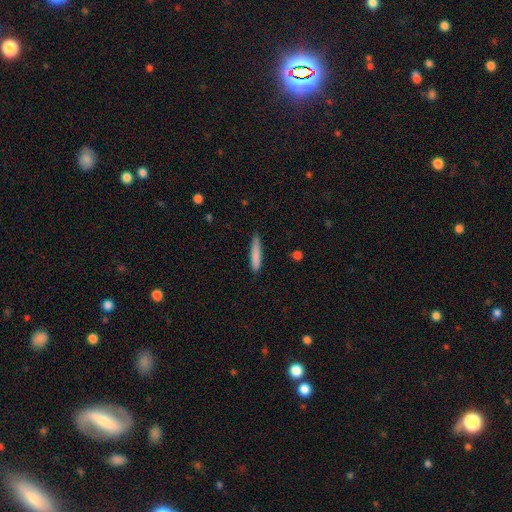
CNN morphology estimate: smooth 82%, featured or disk 11%, star or artifact 7%. Down the decision tree: how rounded — cigar-shaped (91%); merging — none (84%).